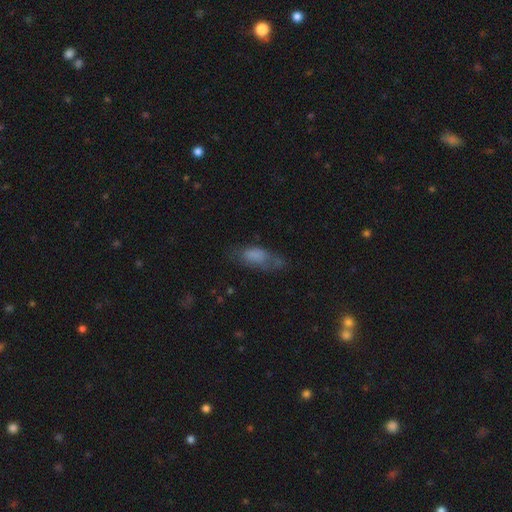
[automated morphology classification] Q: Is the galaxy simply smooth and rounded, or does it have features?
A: smooth — 69%.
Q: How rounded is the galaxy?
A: in between — 78%.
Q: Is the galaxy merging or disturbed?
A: none — 47%.